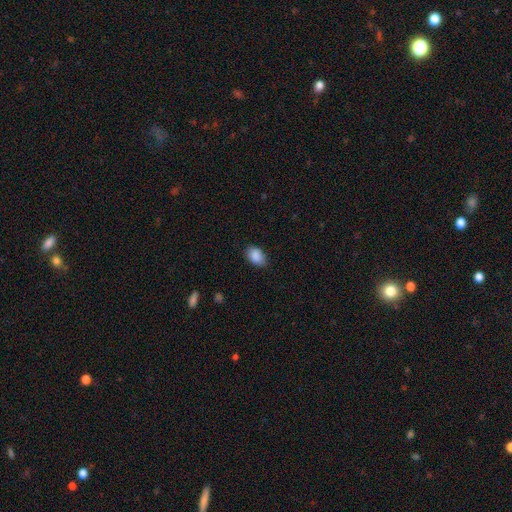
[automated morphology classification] This appears to be a smooth galaxy with no disk features (89%) that is in between round and cigar-shaped (87%). Merging: none (80%).